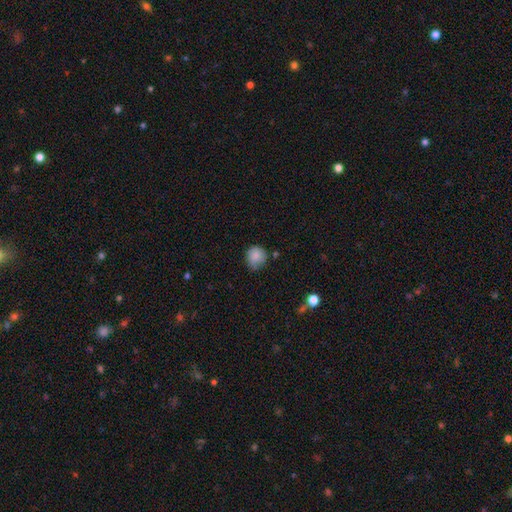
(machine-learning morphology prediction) Smooth or featured? smooth (85%)
How rounded? round (85%)
Merging? none (60%)